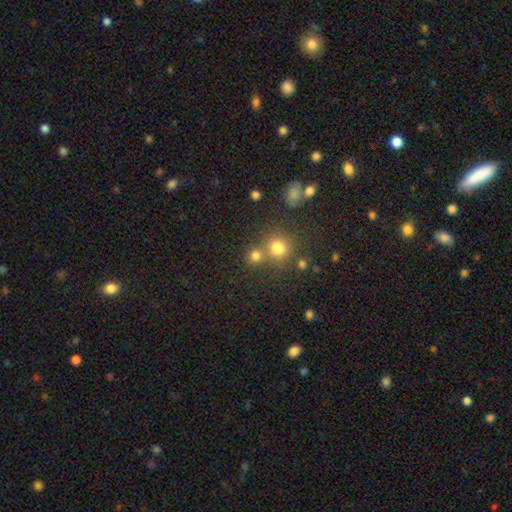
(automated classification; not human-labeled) Smooth or featured? Predicted: smooth (p=0.78). How rounded? Predicted: round (p=0.89). Merging? Predicted: none (p=0.63).